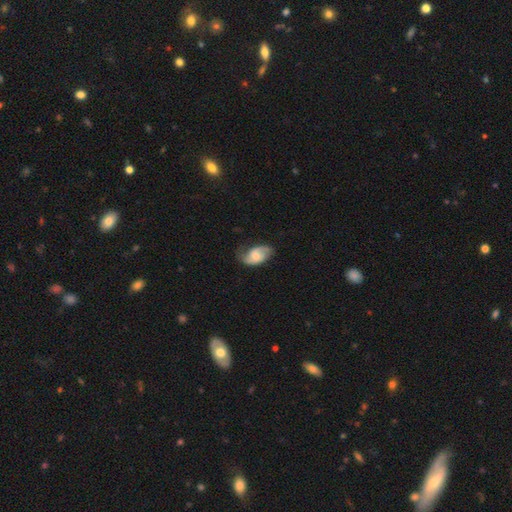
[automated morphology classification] Smooth or featured?
  - featured or disk: 60% *
  - smooth: 34%
  - star or artifact: 7%
Edge-on disk?
  - no: 96% *
  - yes: 4%
Bar?
  - no: 58% *
  - weak: 35%
  - strong: 7%
Spiral arms?
  - yes: 88% *
  - no: 12%
Spiral winding?
  - medium: 42% *
  - loose: 38%
  - tight: 20%
Spiral arm count?
  - 2: 81% *
  - can't tell: 10%
  - 1: 6%
  - 3: 2%
  - 4: 1%
  - more than 4: 1%
Bulge size?
  - moderate: 51% *
  - small: 34%
  - large: 8%
  - none: 6%
  - dominant: 1%
Merging?
  - none: 59% *
  - minor disturbance: 28%
  - major disturbance: 11%
  - merger: 1%